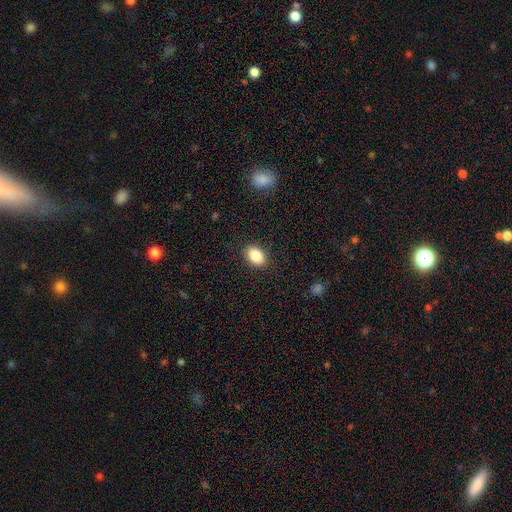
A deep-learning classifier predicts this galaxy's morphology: smooth-or-featured: smooth: 86% | star or artifact: 8% | featured or disk: 6%
  how-rounded: in between: 80% | round: 19% | cigar-shaped: 1%
  merging: none: 89% | minor disturbance: 8% | major disturbance: 2% | merger: 1%